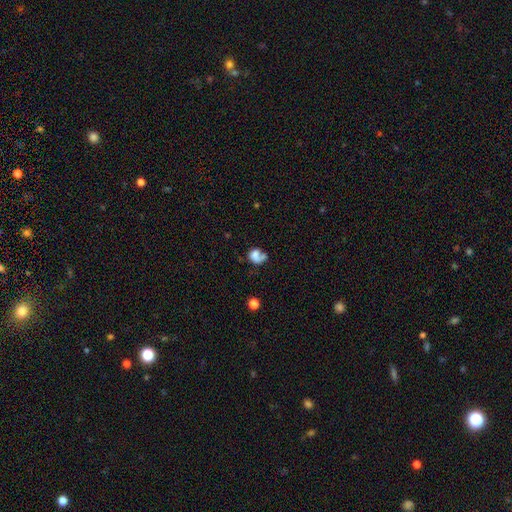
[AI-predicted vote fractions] Morphology: type=smooth (66%); roundness=in between (52%); merging=none (30%, tied with merger).